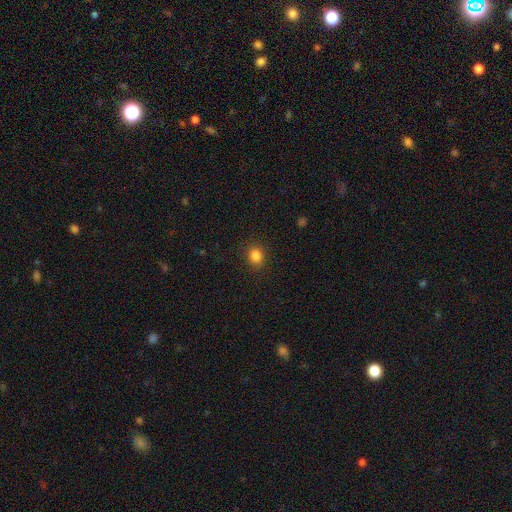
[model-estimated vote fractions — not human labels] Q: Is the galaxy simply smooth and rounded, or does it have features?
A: smooth — 85%.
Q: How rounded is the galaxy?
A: round — 59%.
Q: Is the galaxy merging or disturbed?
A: none — 88%.